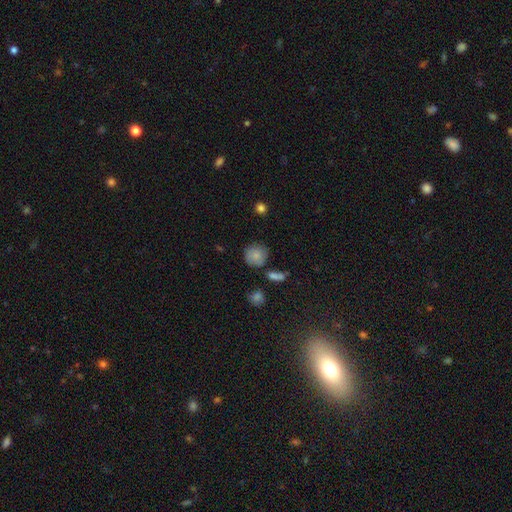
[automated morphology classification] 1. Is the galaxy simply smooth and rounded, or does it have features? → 81% smooth, 10% featured or disk, 9% star or artifact.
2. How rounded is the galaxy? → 86% round, 13% in between, 1% cigar-shaped.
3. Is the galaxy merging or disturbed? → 68% none, 20% minor disturbance, 6% merger, 5% major disturbance.